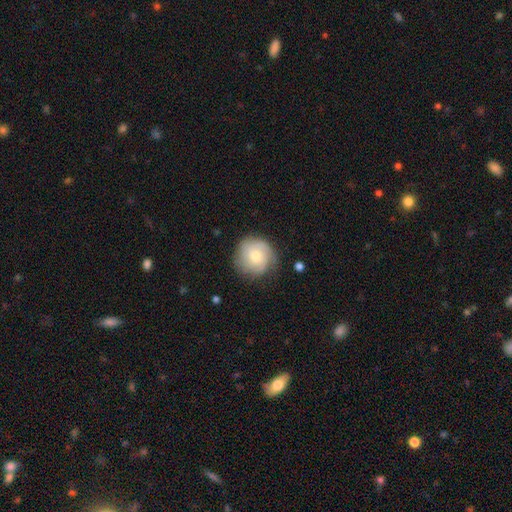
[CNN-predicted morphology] Overall: smooth (54%; featured or disk 39%). How rounded: round (92%). Merging: none (74%).